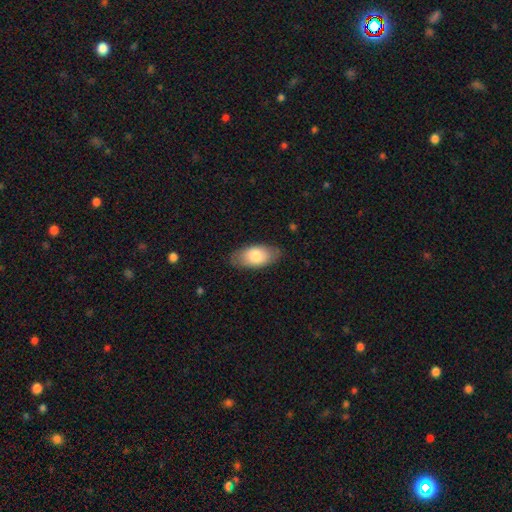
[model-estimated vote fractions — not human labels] Smooth or featured? Predicted: smooth (p=0.77). How rounded? Predicted: in between (p=0.93). Merging? Predicted: none (p=0.81).